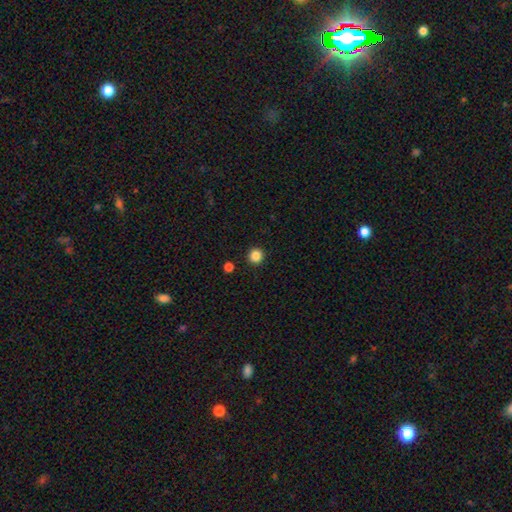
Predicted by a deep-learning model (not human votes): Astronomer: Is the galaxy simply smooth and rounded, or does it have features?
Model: smooth — 86%.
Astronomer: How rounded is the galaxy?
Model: round — 94%.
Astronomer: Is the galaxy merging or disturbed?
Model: none — 92%.